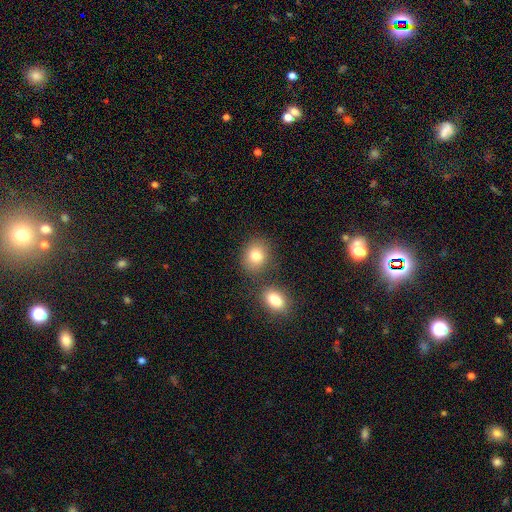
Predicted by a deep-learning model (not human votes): A smooth galaxy with no disk features (81%) that is round (59%).

Vote fractions:
- Smooth or featured? smooth: 81% / star or artifact: 10% / featured or disk: 9%
- How rounded? round: 59% / in between: 40% / cigar-shaped: 1%
- Merging? none: 72% / merger: 15% / minor disturbance: 10% / major disturbance: 3%